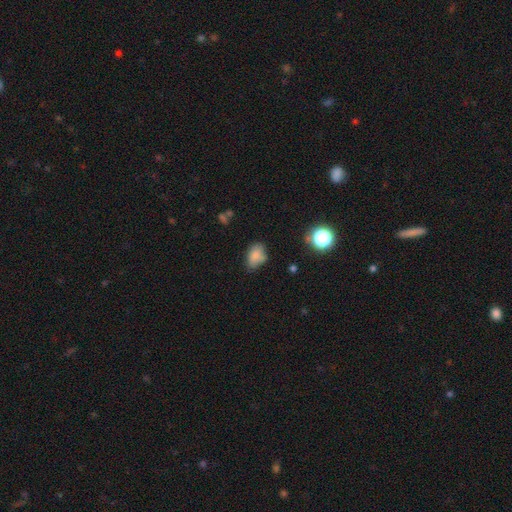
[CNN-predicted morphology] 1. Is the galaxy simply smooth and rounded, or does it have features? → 79% smooth, 11% star or artifact, 9% featured or disk.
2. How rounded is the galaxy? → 82% in between, 16% round, 2% cigar-shaped.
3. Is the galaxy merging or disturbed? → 59% none, 29% minor disturbance, 7% major disturbance, 5% merger.